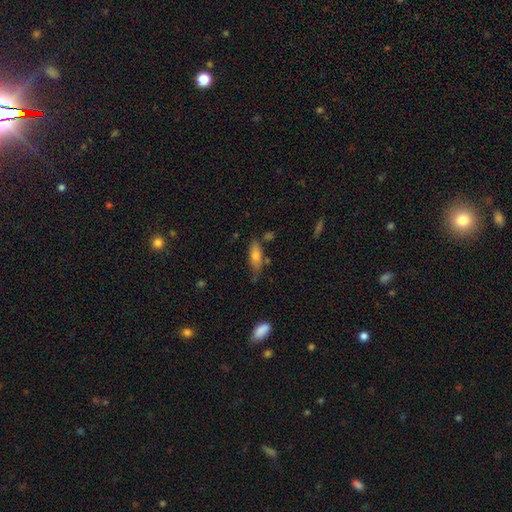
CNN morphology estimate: Smooth or featured? Predicted: smooth (p=0.62). How rounded? Predicted: in between (p=0.53). Merging? Predicted: none (p=0.59).